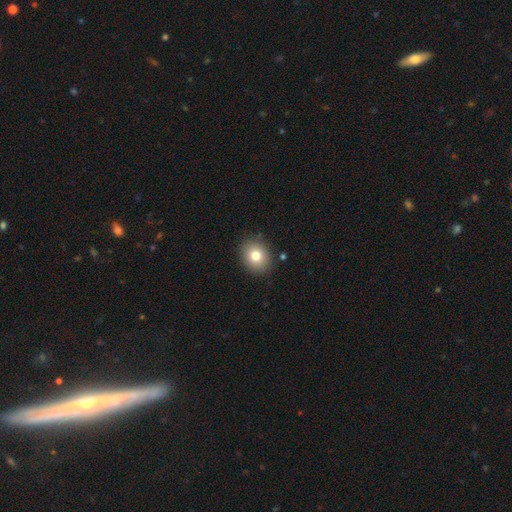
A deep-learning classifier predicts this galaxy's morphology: smooth-or-featured: smooth: 79% | featured or disk: 11% | star or artifact: 10%
  how-rounded: round: 58% | in between: 41% | cigar-shaped: 1%
  merging: none: 88% | minor disturbance: 8% | major disturbance: 2% | merger: 2%